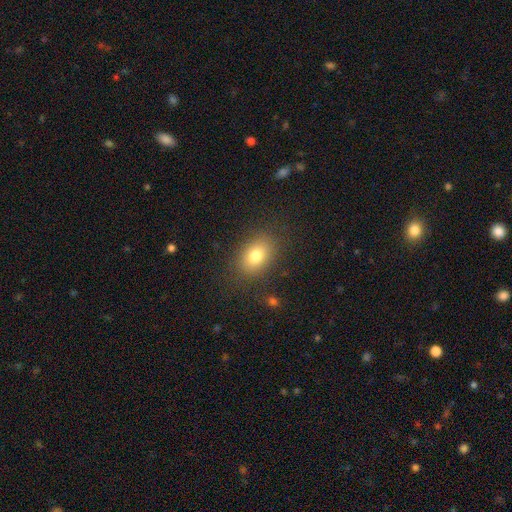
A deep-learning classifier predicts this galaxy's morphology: smooth_or_featured: smooth (p=0.78) [alt: featured or disk p=0.11]
how_rounded: in between (p=0.75) [alt: round p=0.24]
merging: none (p=0.84) [alt: minor disturbance p=0.10]